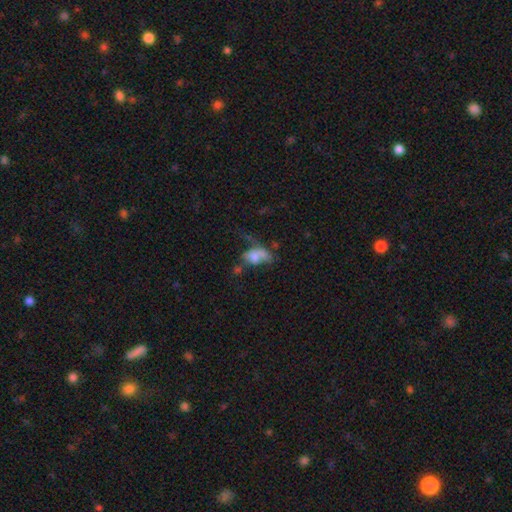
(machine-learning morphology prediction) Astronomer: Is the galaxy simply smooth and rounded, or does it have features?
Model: smooth — 56%.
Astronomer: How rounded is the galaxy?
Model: in between — 82%.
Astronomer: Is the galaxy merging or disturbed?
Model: major disturbance — 36% (runner-up: merger, 23%).